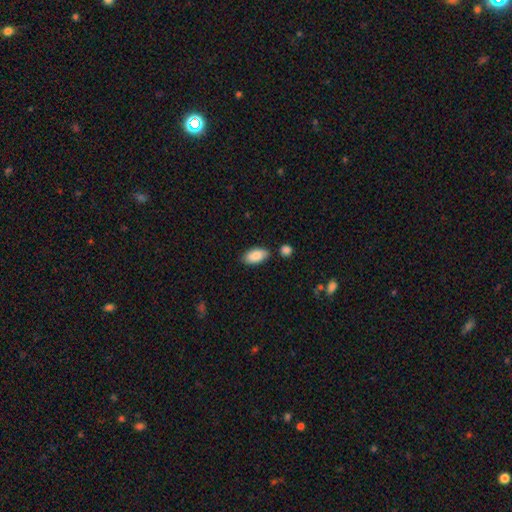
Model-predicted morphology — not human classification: type=smooth (88%); roundness=in between (93%); merging=none (79%).